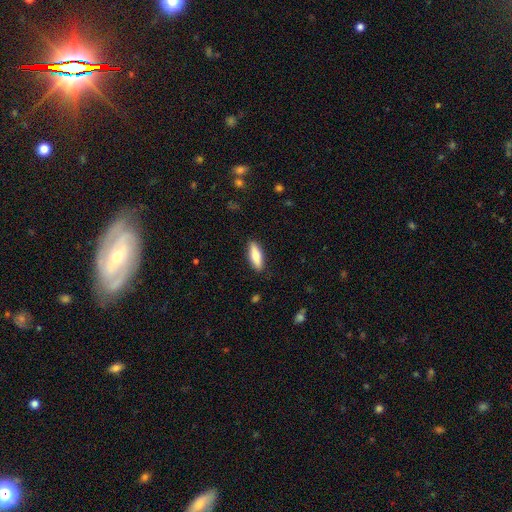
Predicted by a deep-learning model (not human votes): smooth 75%, featured or disk 19%, star or artifact 6%. Down the decision tree: how rounded — in between (51%); merging — none (88%).